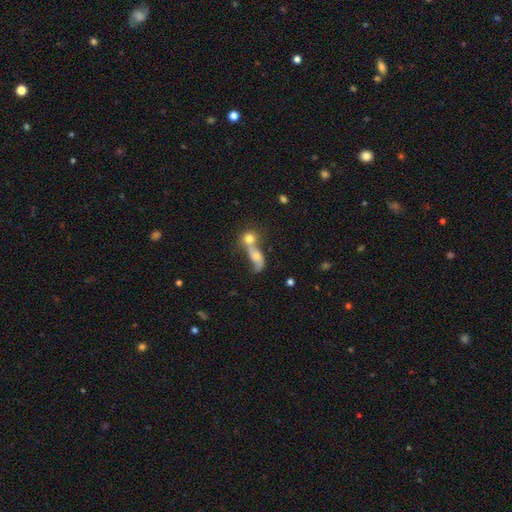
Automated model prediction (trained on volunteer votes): smooth 43%, featured or disk 42%, star or artifact 15%. Down the decision tree: merging — merger (68%).